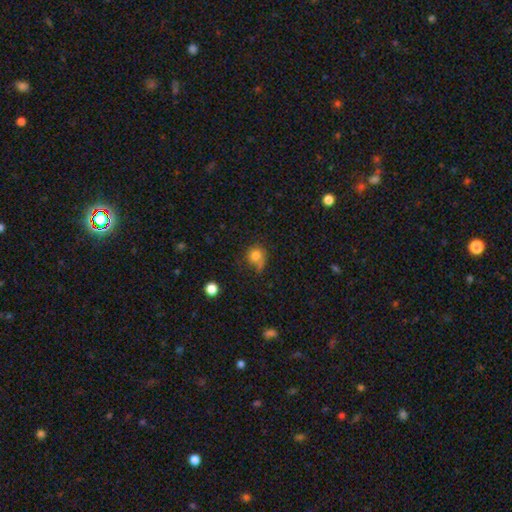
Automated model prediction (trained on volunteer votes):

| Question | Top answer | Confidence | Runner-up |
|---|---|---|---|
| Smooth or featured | smooth | 79% | star or artifact (11%) |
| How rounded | round | 83% | in between (16%) |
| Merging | none | 53% | minor disturbance (24%) |